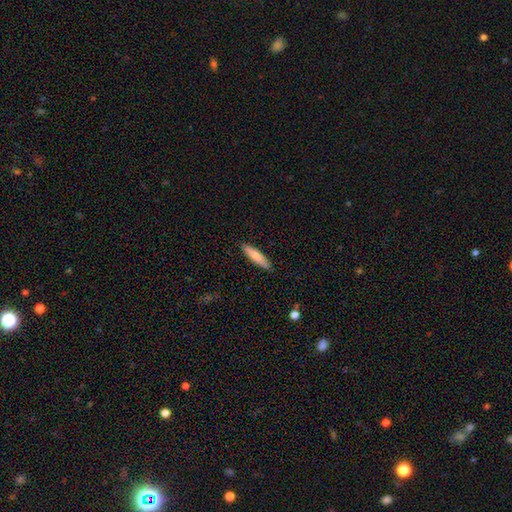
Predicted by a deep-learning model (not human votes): A smooth galaxy with no disk features (80%) that is cigar-shaped (82%).

Vote fractions:
- Smooth or featured? smooth: 80% / featured or disk: 15% / star or artifact: 5%
- How rounded? cigar-shaped: 82% / in between: 17% / round: 1%
- Merging? none: 90% / minor disturbance: 8% / major disturbance: 2% / merger: 1%